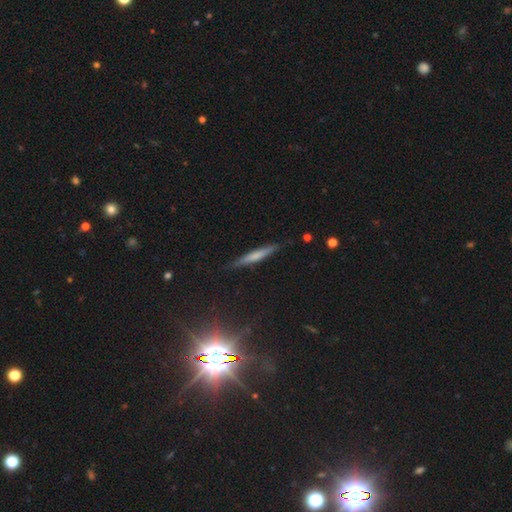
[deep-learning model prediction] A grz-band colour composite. It shows a smooth galaxy with no disk features (52%) that is cigar-shaped (94%). Merging: none (86%).